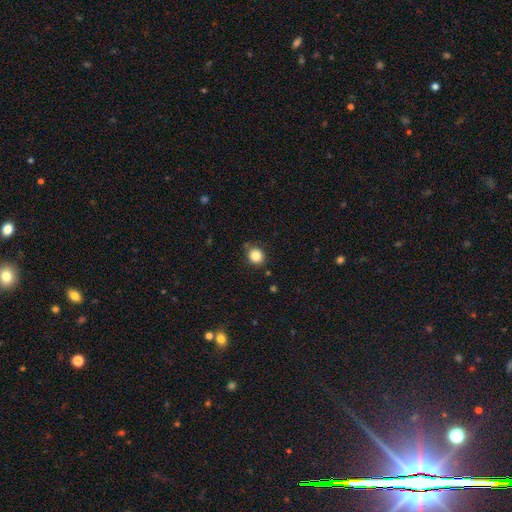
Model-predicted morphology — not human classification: type=smooth (84%); roundness=round (77%); merging=none (83%).